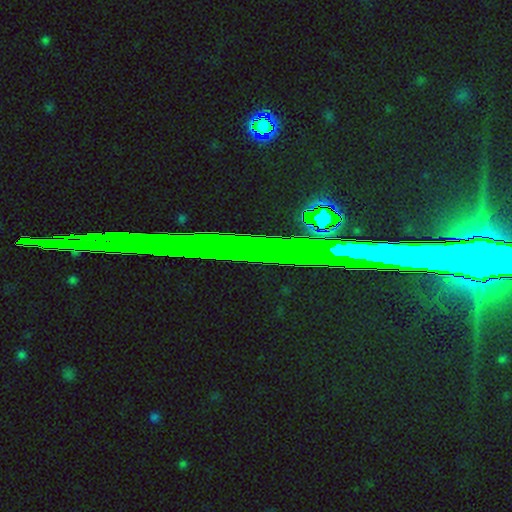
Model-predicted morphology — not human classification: The model was most divided on "smooth or featured": star or artifact: 75%, smooth: 12%, featured or disk: 12%.